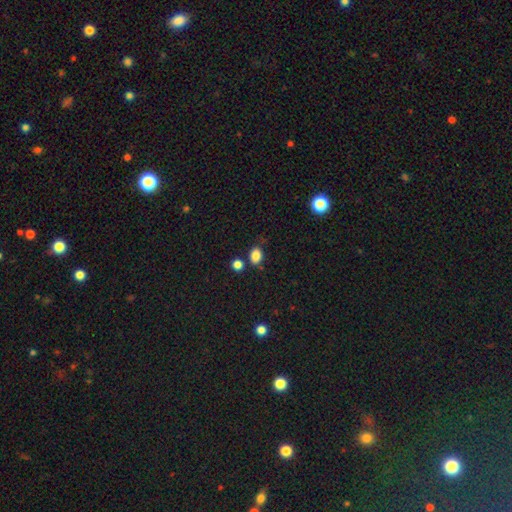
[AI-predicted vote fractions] Overall: smooth (85%). How rounded: in between (68%; round 31%). Merging: none (72%).